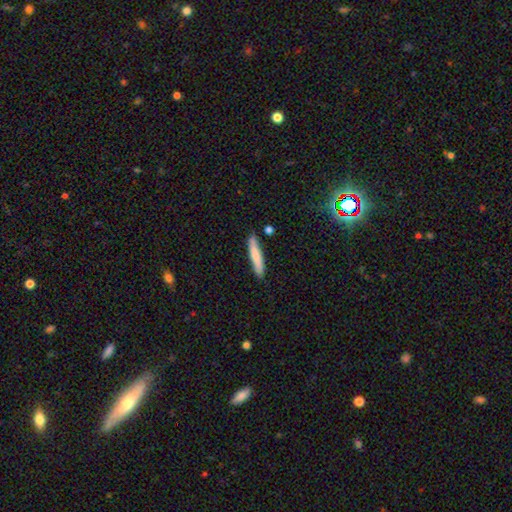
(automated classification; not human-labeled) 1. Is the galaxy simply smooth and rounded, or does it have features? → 76% smooth, 18% featured or disk, 6% star or artifact.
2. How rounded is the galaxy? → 91% cigar-shaped, 8% in between, 1% round.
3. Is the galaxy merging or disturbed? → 83% none, 12% minor disturbance, 3% merger, 2% major disturbance.